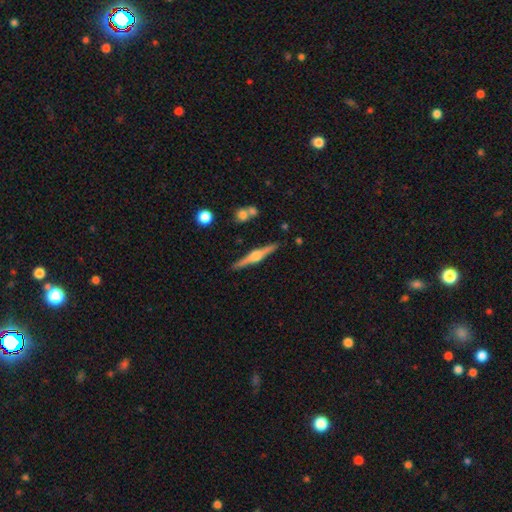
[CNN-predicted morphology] featured or disk 77%, smooth 17%, star or artifact 6%. Down the decision tree: edge-on disk — yes (98%); edge-on bulge — rounded (87%); merging — none (88%).